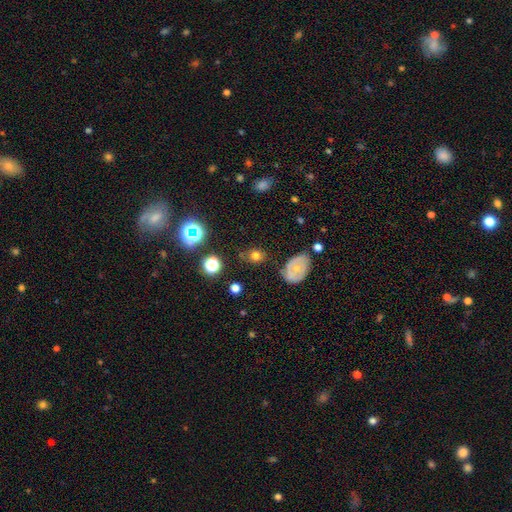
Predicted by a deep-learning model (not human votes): Q: Smooth or featured?
A: smooth (70%); runner-up: star or artifact (17%)
Q: How rounded?
A: round (69%); runner-up: in between (29%)
Q: Merging?
A: none (75%); runner-up: minor disturbance (16%)